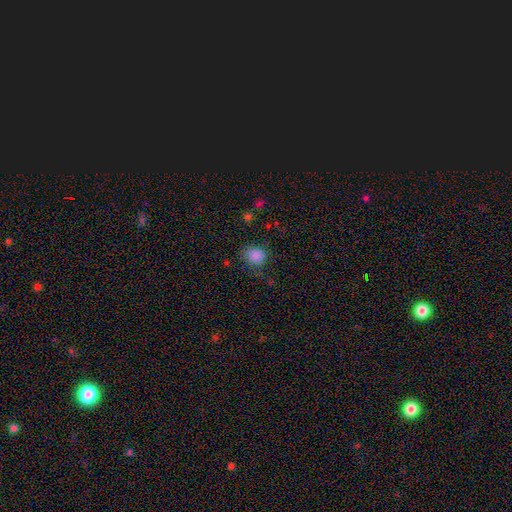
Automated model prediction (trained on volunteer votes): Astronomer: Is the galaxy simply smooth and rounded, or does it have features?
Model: smooth — 85%.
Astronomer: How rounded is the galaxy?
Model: round — 75%.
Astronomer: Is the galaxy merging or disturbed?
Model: none — 72%.